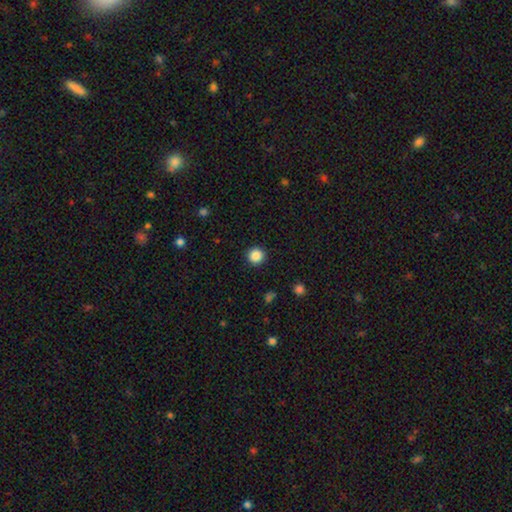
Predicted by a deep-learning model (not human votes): A smooth galaxy with no disk features (87%) that is round (94%). Merging: none (92%).